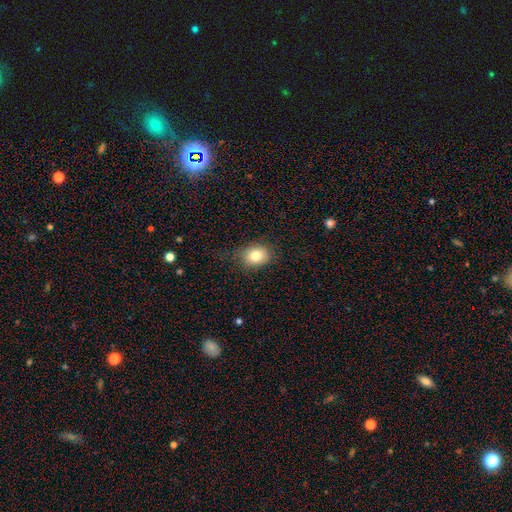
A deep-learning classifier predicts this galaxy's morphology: smooth 80%, star or artifact 10%, featured or disk 10%. Down the decision tree: how rounded — in between (53%); merging — none (71%).